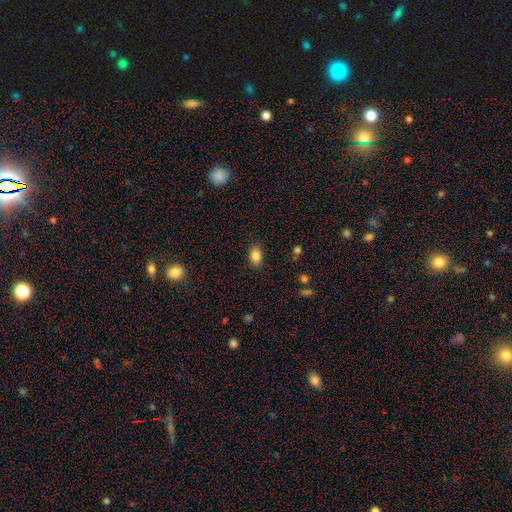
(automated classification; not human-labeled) Smooth or featured: smooth — 85% (star or artifact — 9%)
How rounded: in between — 85% (round — 13%)
Merging: none — 86% (minor disturbance — 10%)